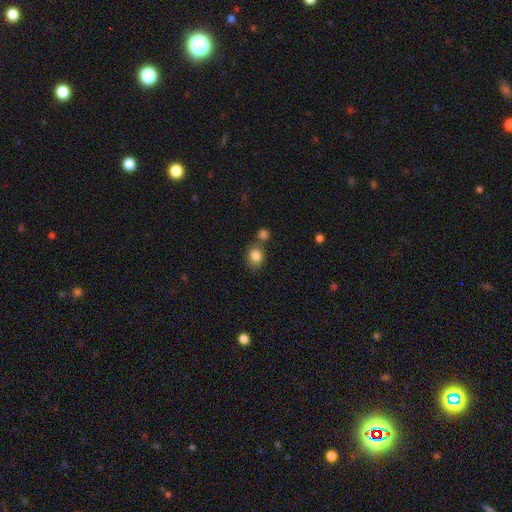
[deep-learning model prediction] smooth-or-featured: smooth: 84% | star or artifact: 9% | featured or disk: 7%
  how-rounded: round: 58% | in between: 41% | cigar-shaped: 1%
  merging: none: 60% | merger: 21% | minor disturbance: 14% | major disturbance: 4%